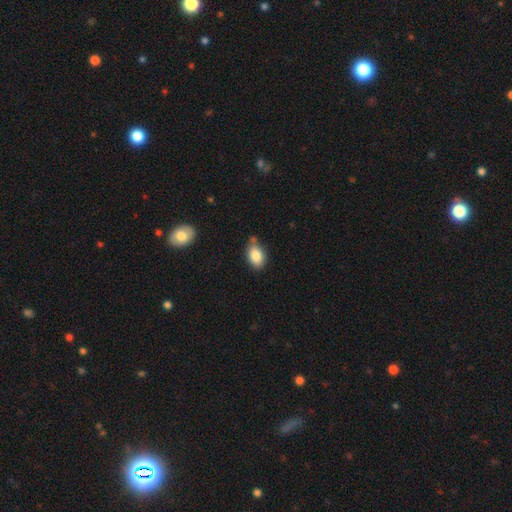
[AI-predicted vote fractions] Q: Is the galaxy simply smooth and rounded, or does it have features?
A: smooth — 85%.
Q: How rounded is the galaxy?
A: in between — 86%.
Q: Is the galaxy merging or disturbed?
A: none — 69%.